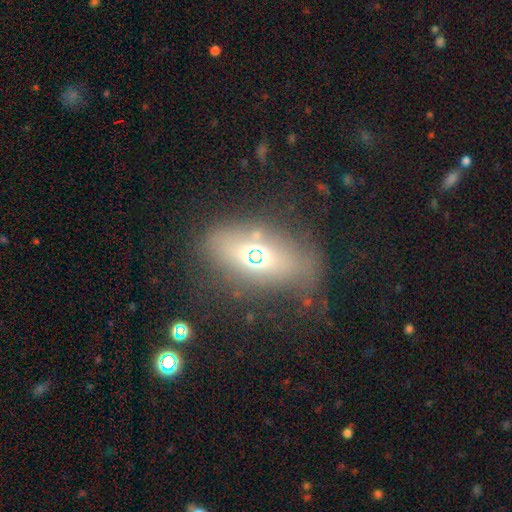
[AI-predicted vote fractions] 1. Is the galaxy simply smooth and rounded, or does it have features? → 45% smooth, 36% featured or disk, 19% star or artifact.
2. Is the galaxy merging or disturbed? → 64% none, 19% minor disturbance, 13% major disturbance, 3% merger.